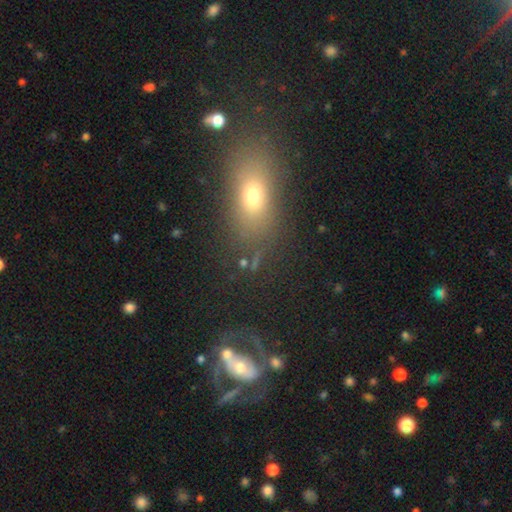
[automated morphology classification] The model was most divided on "smooth or featured": smooth: 59%, star or artifact: 21%, featured or disk: 21%. More confident: merging — none (74%); how rounded — in between (72%).